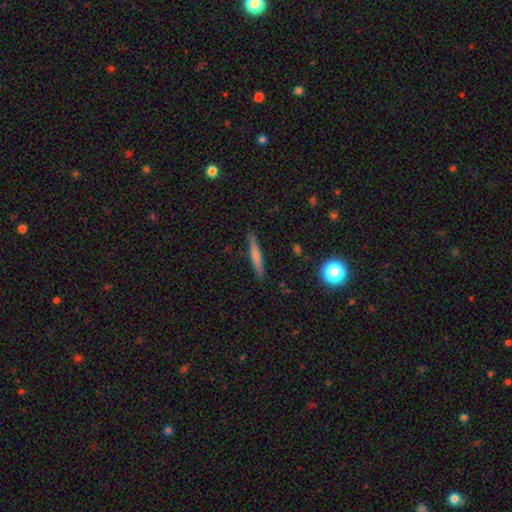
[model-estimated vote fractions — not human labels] This is possibly a smooth galaxy (60%). How rounded: clearly cigar-shaped (93%). Merging: clearly none (88%).